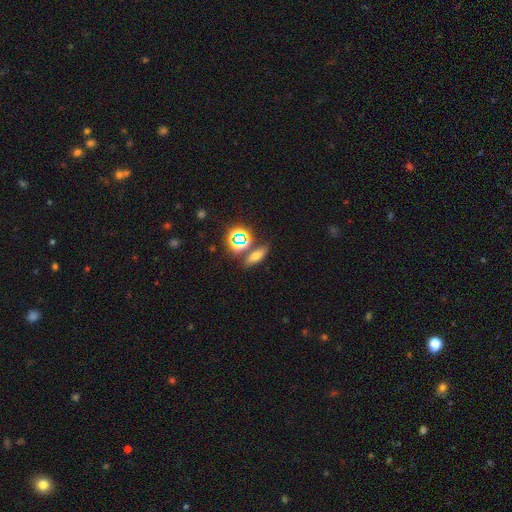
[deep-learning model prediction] This is possibly a smooth galaxy (57%). How rounded: possibly in between (53%). Merging: likely none (75%).